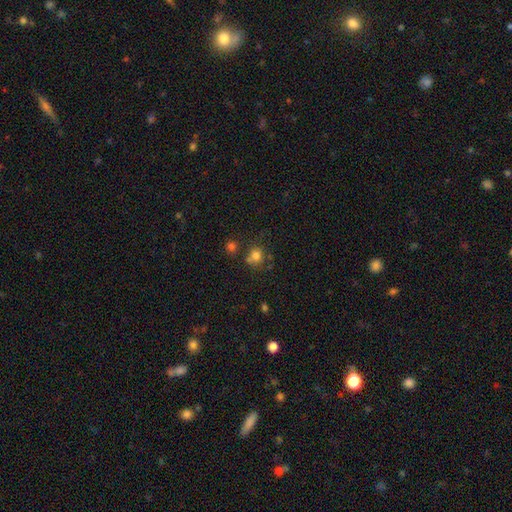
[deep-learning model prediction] Smooth or featured: smooth — 75% (star or artifact — 15%)
How rounded: round — 83% (in between — 16%)
Merging: none — 60% (merger — 21%)